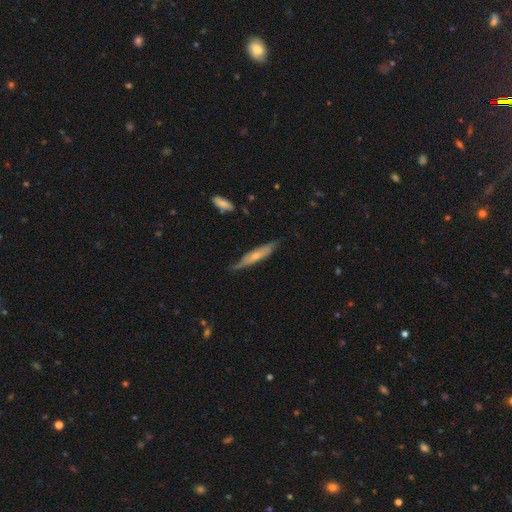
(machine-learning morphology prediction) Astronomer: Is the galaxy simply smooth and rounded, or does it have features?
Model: smooth — 50% (runner-up: featured or disk, 45%).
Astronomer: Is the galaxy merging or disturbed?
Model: none — 71%.